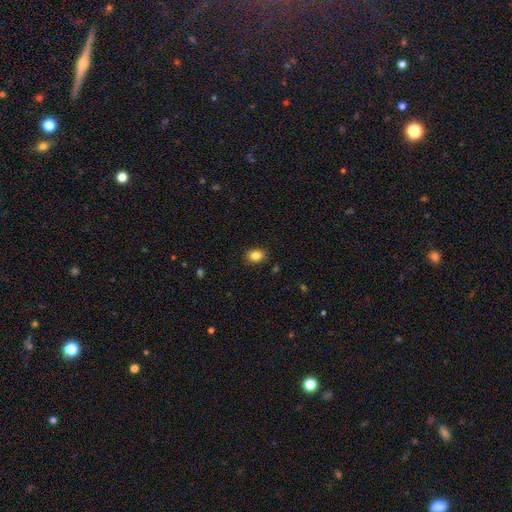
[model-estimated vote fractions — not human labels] Smooth or featured: smooth — 84% (star or artifact — 10%)
How rounded: in between — 63% (round — 36%)
Merging: none — 88% (minor disturbance — 9%)